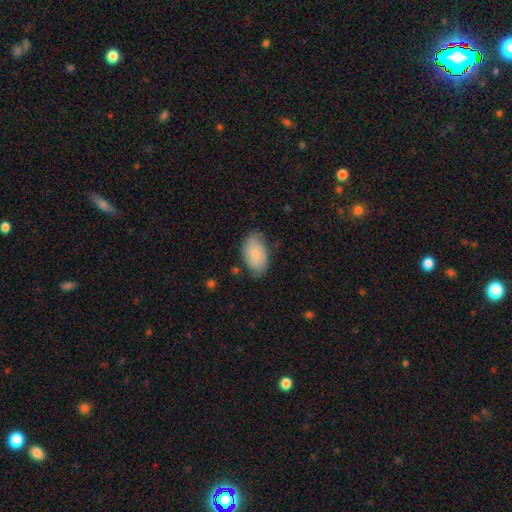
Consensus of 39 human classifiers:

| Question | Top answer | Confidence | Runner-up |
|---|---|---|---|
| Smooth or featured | smooth | 79% | featured or disk (13%) |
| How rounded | in between | 90% | round (10%) |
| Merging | none | 75% | minor disturbance (17%) |